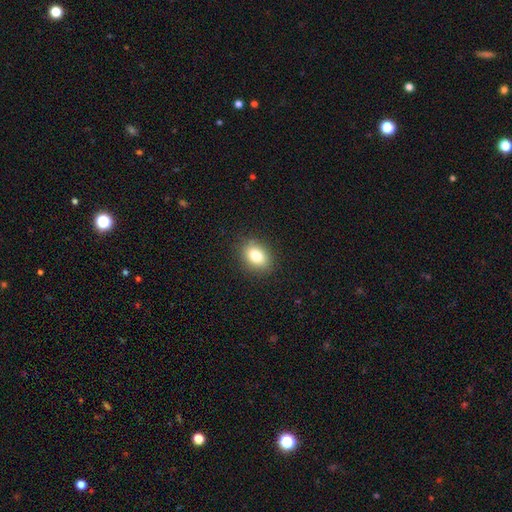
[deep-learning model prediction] Smooth or featured: smooth — 82% (star or artifact — 9%)
How rounded: in between — 73% (round — 26%)
Merging: none — 87% (minor disturbance — 9%)